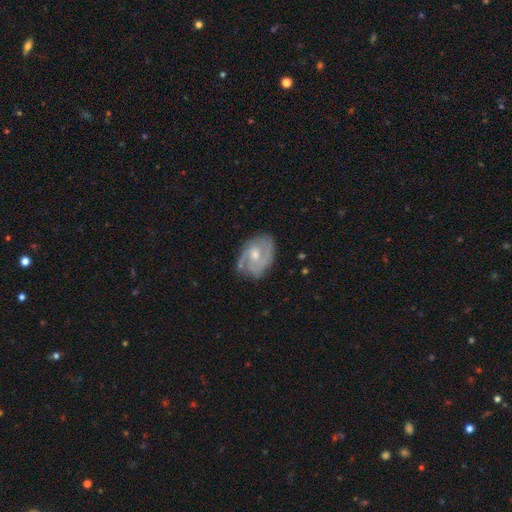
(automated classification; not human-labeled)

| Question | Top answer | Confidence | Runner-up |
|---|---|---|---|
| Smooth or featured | featured or disk | 79% | smooth (16%) |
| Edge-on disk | no | 97% | yes (3%) |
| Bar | no | 58% | weak (36%) |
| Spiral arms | yes | 91% | no (9%) |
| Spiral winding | medium | 44% | tight (42%) |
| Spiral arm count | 2 | 51% | can't tell (20%) |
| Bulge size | moderate | 60% | small (33%) |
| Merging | none | 67% | minor disturbance (23%) |